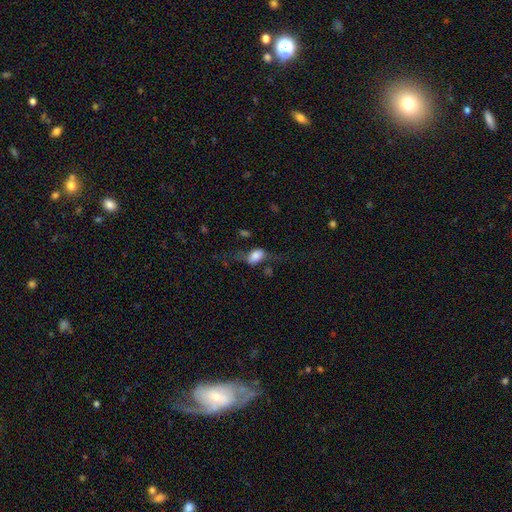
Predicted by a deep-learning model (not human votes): This appears to be a smooth galaxy with no disk features (62%) that is in between round and cigar-shaped (85%). Merging: none (41%).